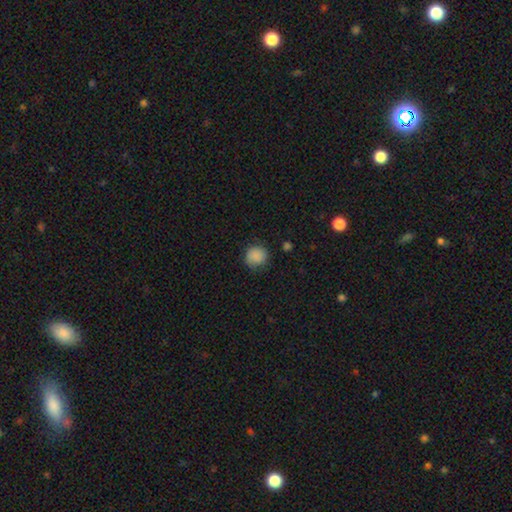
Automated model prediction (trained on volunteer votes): Smooth or featured?
  - smooth: 86% *
  - star or artifact: 9%
  - featured or disk: 5%
How rounded?
  - round: 88% *
  - in between: 11%
  - cigar-shaped: 1%
Merging?
  - none: 78% *
  - minor disturbance: 16%
  - major disturbance: 4%
  - merger: 1%